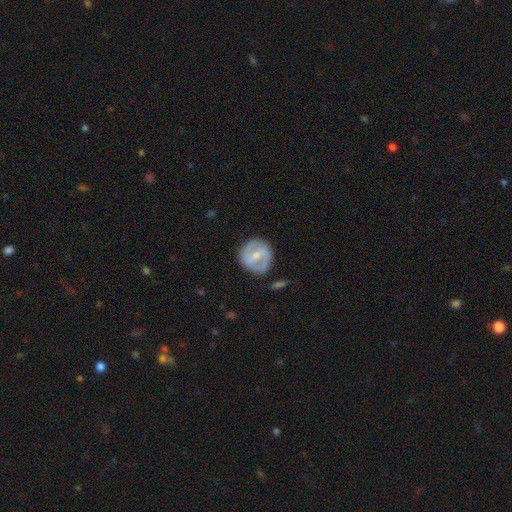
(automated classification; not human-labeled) Smooth or featured?
  - featured or disk: 63% *
  - smooth: 31%
  - star or artifact: 5%
Edge-on disk?
  - no: 95% *
  - yes: 5%
Bar?
  - weak: 41% *
  - strong: 39%
  - no: 20%
Spiral arms?
  - yes: 55% *
  - no: 45%
Bulge size?
  - moderate: 49% *
  - small: 46%
  - none: 2%
  - large: 2%
  - dominant: 1%
Merging?
  - none: 80% *
  - minor disturbance: 14%
  - major disturbance: 4%
  - merger: 2%